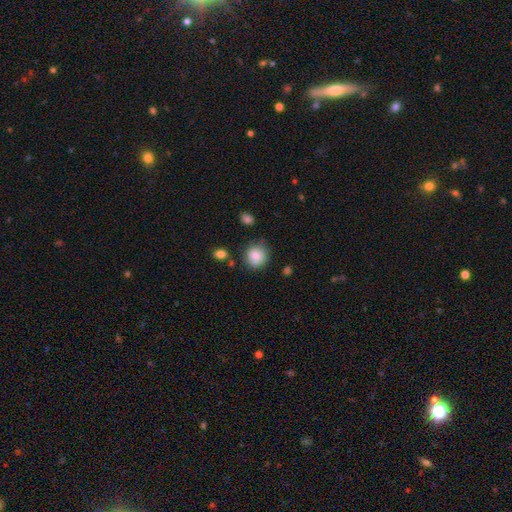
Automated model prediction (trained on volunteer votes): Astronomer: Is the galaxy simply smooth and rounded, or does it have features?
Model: smooth — 82%.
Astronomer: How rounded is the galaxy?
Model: round — 89%.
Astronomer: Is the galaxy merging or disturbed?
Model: none — 76%.